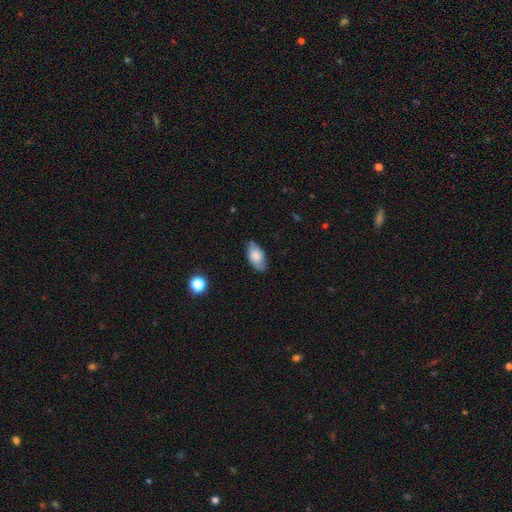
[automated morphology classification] Smooth or featured: smooth — 75% (featured or disk — 18%)
How rounded: in between — 92% (cigar-shaped — 4%)
Merging: none — 78% (minor disturbance — 18%)